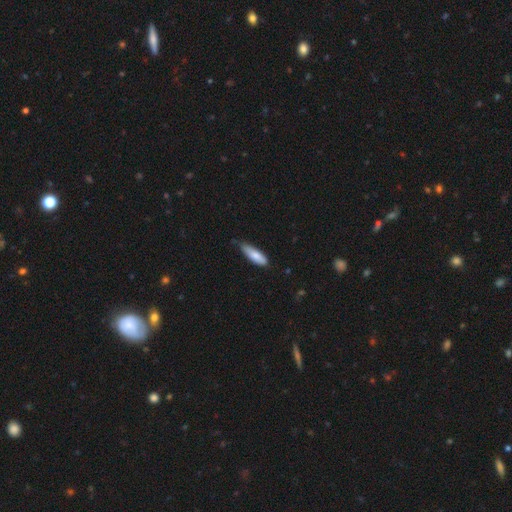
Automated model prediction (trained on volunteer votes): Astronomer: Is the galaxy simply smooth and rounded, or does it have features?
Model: smooth — 79%.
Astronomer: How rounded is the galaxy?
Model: cigar-shaped — 49%, tied with in between at 49%.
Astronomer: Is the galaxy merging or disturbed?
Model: none — 61%.